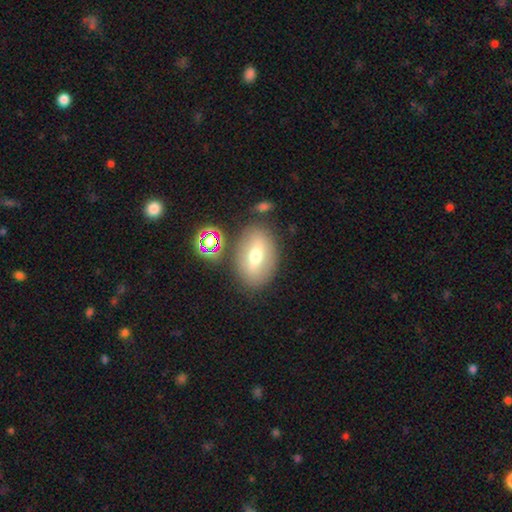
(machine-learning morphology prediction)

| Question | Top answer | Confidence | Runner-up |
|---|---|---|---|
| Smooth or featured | smooth | 52% | featured or disk (37%) |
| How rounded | in between | 84% | round (13%) |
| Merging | none | 78% | minor disturbance (12%) |